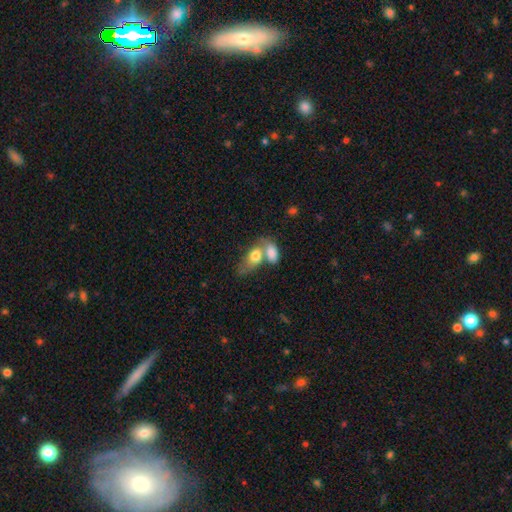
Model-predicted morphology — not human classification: smooth 77%, featured or disk 17%, star or artifact 7%. Down the decision tree: how rounded — in between (85%); merging — merger (68%).